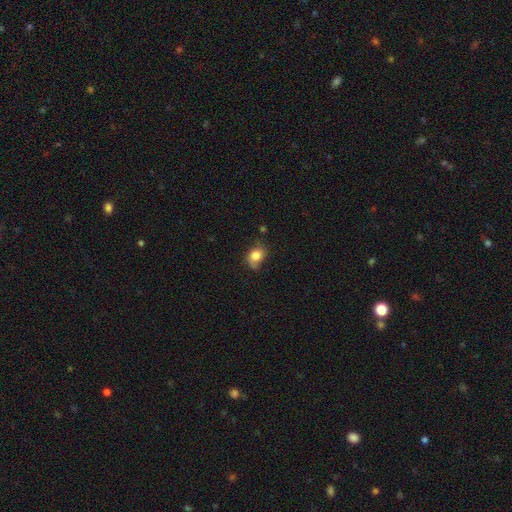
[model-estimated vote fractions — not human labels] Q: Smooth or featured?
A: smooth (78%); runner-up: featured or disk (13%)
Q: How rounded?
A: in between (52%); runner-up: round (47%)
Q: Merging?
A: none (54%); runner-up: minor disturbance (32%)